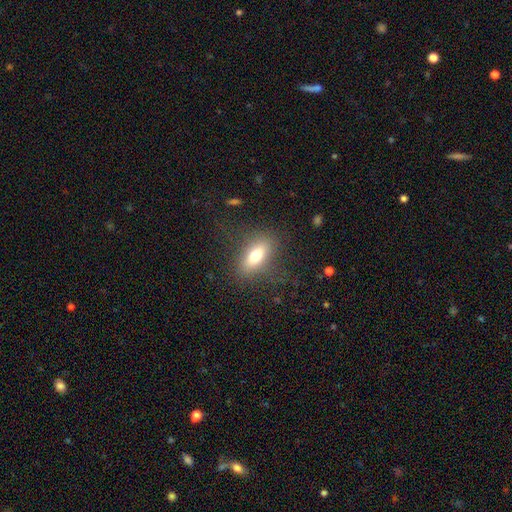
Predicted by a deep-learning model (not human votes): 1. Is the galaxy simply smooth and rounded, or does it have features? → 70% smooth, 21% featured or disk, 9% star or artifact.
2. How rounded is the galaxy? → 77% in between, 17% cigar-shaped, 6% round.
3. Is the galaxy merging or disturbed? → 79% none, 12% minor disturbance, 7% major disturbance, 1% merger.